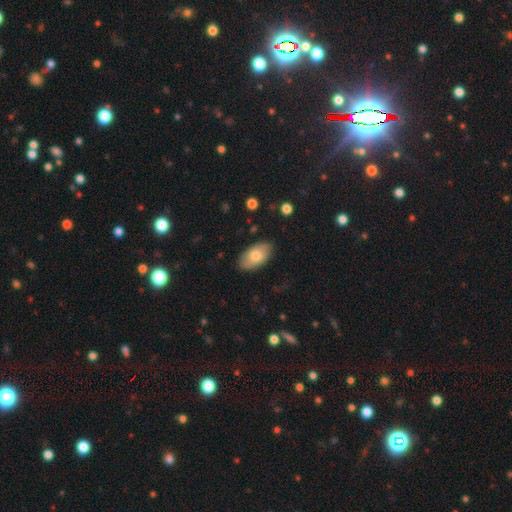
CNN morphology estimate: Smooth or featured: smooth — 73% (featured or disk — 21%)
How rounded: in between — 95% (round — 3%)
Merging: none — 83% (minor disturbance — 13%)